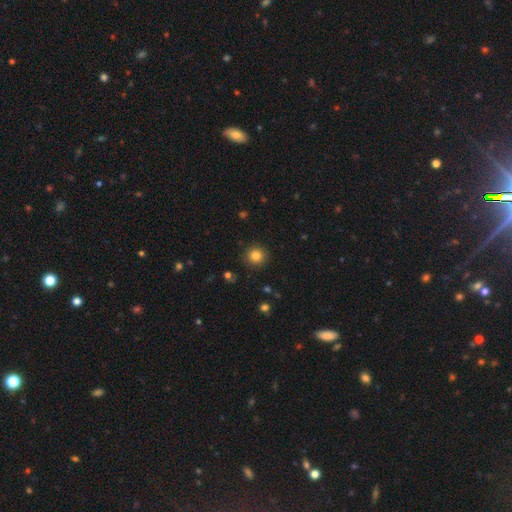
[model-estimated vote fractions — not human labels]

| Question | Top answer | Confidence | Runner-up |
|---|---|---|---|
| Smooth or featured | smooth | 83% | star or artifact (11%) |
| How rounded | round | 93% | in between (6%) |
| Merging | none | 90% | minor disturbance (7%) |